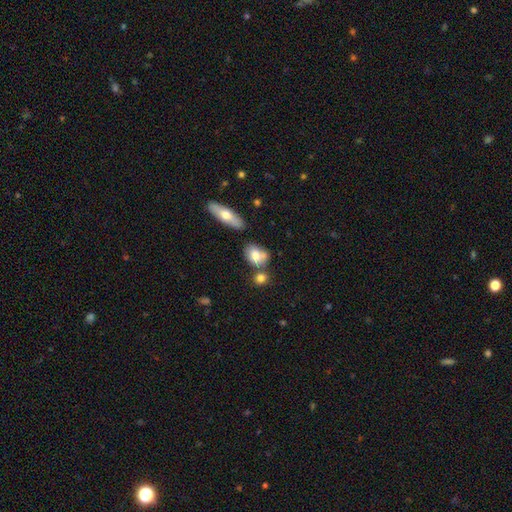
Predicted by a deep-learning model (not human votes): This is likely a smooth galaxy (74%). How rounded: likely in between (71%). Merging: possibly none (49%).